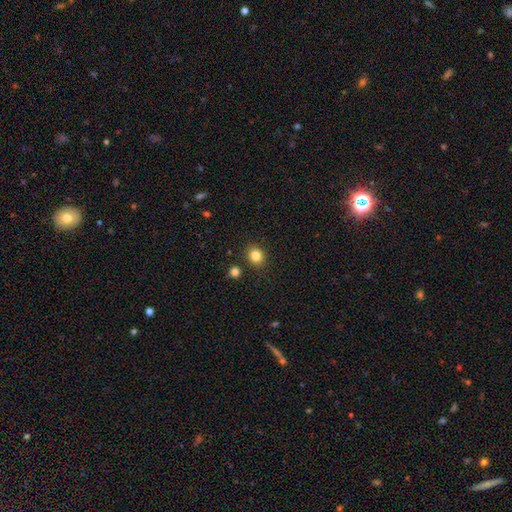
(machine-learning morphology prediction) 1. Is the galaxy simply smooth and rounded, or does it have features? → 84% smooth, 11% star or artifact, 5% featured or disk.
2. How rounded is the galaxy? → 70% round, 30% in between, 1% cigar-shaped.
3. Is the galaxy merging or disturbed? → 87% none, 8% minor disturbance, 3% merger, 2% major disturbance.